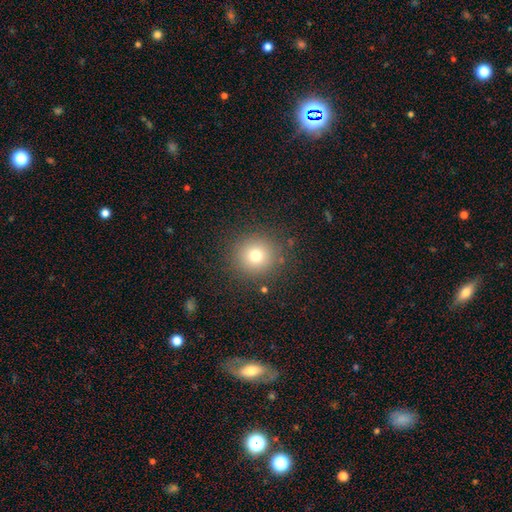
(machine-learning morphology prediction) This is likely a smooth galaxy (74%). How rounded: clearly round (93%). Merging: clearly none (87%).